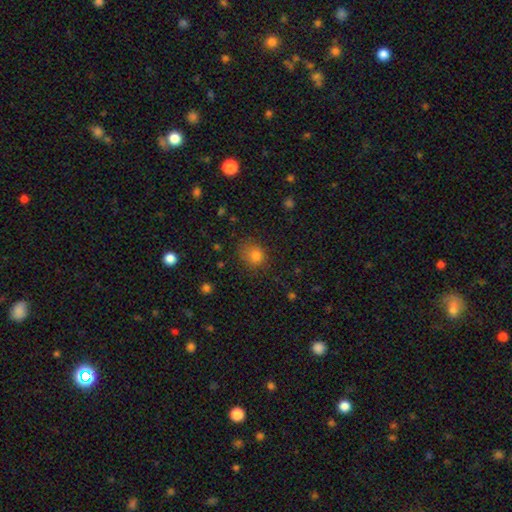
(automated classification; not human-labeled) Q: Smooth or featured?
A: smooth (80%); runner-up: star or artifact (13%)
Q: How rounded?
A: round (71%); runner-up: in between (28%)
Q: Merging?
A: none (71%); runner-up: minor disturbance (20%)